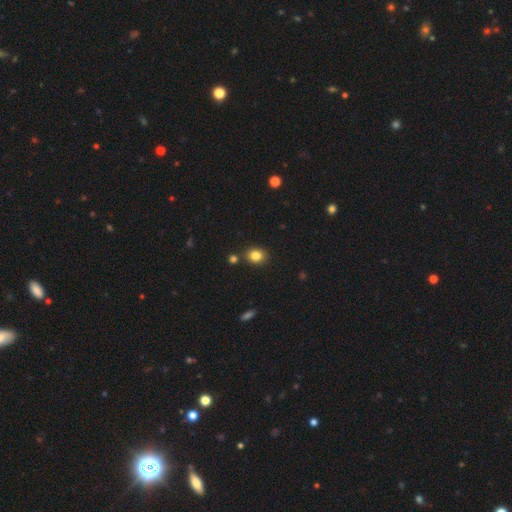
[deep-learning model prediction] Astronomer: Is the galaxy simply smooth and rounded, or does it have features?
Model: smooth — 84%.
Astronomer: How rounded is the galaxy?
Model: round — 54% (runner-up: in between, 45%).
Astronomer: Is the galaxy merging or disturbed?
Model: none — 82%.